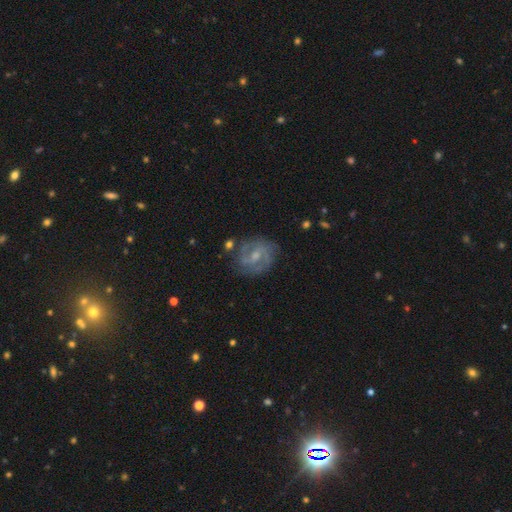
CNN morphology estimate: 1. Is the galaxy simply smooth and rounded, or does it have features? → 73% featured or disk, 19% smooth, 8% star or artifact.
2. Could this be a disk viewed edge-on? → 97% no, 3% yes.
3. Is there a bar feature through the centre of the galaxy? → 53% weak, 35% no, 12% strong.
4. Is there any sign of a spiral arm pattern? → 86% yes, 14% no.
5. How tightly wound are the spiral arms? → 45% medium, 39% tight, 16% loose.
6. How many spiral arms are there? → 60% 2, 21% can't tell, 10% 3, 3% 1, 3% 4, 2% more than 4.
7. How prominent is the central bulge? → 44% small (tied), 44% moderate (tied), 8% none, 2% large, 1% dominant.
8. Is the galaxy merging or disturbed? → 72% none, 17% minor disturbance, 7% major disturbance, 3% merger.